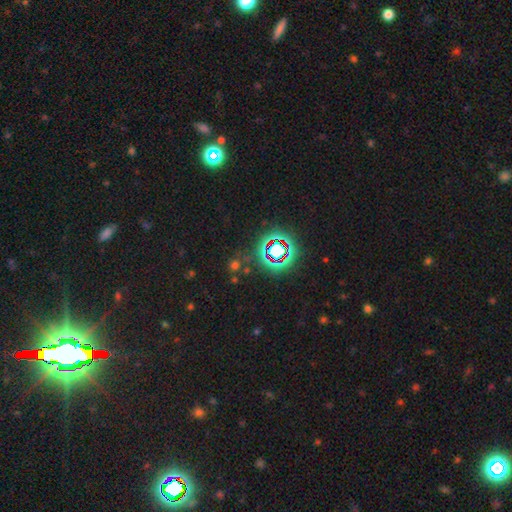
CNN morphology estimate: Smooth or featured? Predicted: star or artifact (p=0.76).